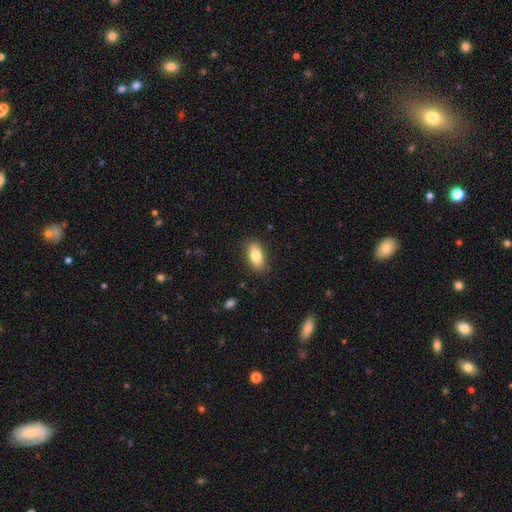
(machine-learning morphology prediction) Smooth or featured? Predicted: smooth (p=0.81). How rounded? Predicted: in between (p=0.88). Merging? Predicted: none (p=0.86).